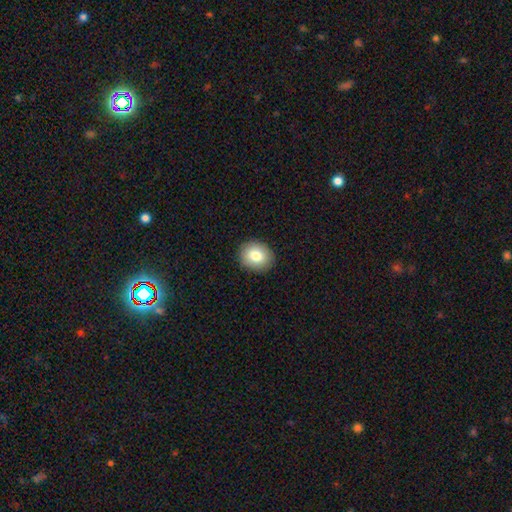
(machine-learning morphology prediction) Q: Smooth or featured?
A: smooth (81%); runner-up: featured or disk (10%)
Q: How rounded?
A: round (62%); runner-up: in between (37%)
Q: Merging?
A: none (90%); runner-up: minor disturbance (8%)